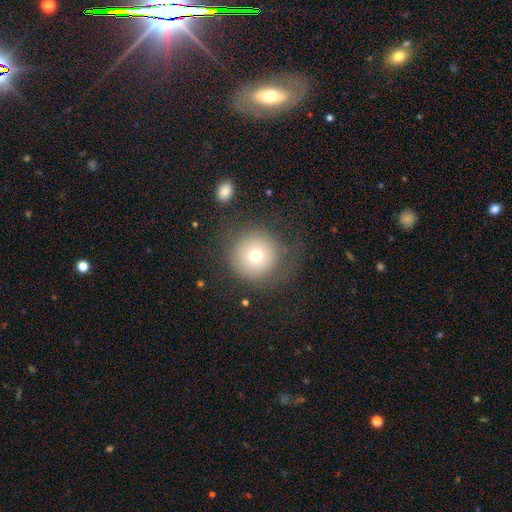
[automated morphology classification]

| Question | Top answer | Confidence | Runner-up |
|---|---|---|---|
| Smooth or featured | smooth | 69% | featured or disk (19%) |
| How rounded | round | 95% | in between (4%) |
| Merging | none | 68% | minor disturbance (15%) |